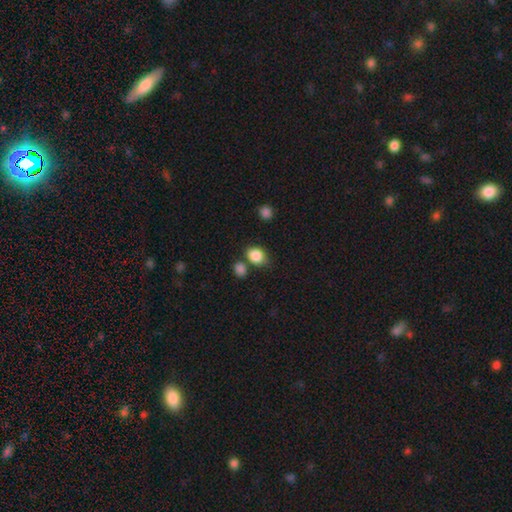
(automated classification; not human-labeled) Morphology: type=smooth (86%); roundness=in between (51%); merging=none (65%).